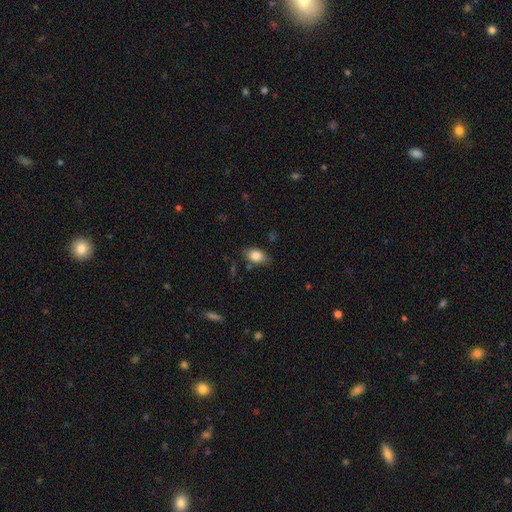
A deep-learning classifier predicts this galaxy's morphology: A smooth galaxy with no disk features (83%) that is in between round and cigar-shaped (88%). Merging: none (79%).